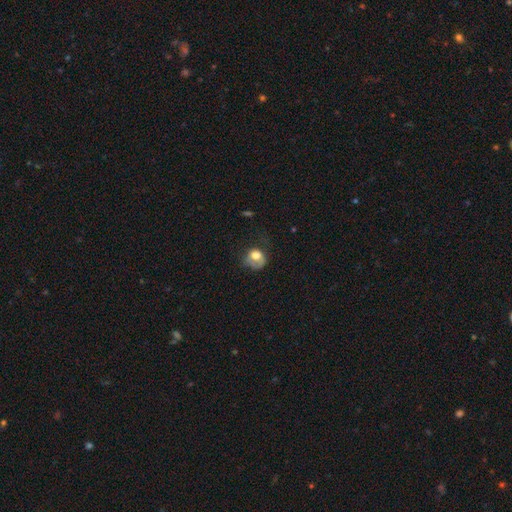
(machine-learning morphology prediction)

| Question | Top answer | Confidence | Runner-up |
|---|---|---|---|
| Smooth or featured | smooth | 66% | featured or disk (24%) |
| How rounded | round | 56% | in between (43%) |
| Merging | major disturbance | 42% | minor disturbance (27%) |